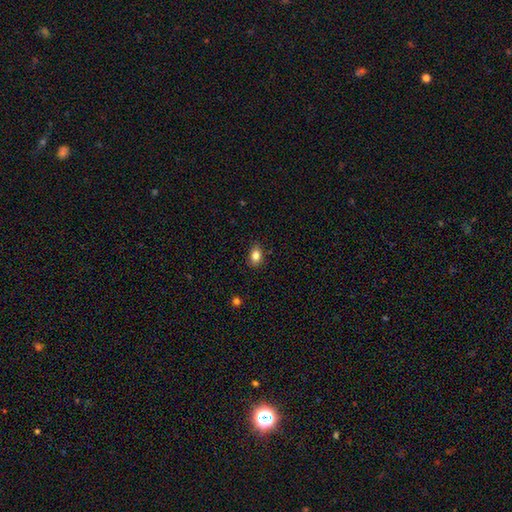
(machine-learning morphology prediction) The model was most divided on "how rounded": in between: 78%, round: 21%, cigar-shaped: 1%. More confident: merging — none (85%); smooth or featured — smooth (83%).